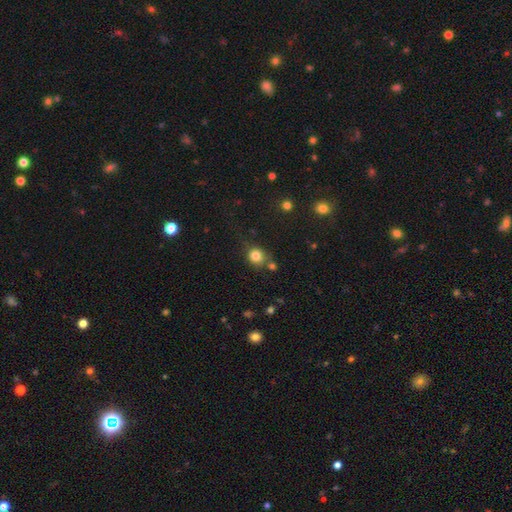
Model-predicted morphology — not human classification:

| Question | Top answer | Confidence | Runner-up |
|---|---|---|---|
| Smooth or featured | smooth | 81% | star or artifact (12%) |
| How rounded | round | 84% | in between (15%) |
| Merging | none | 69% | minor disturbance (14%) |